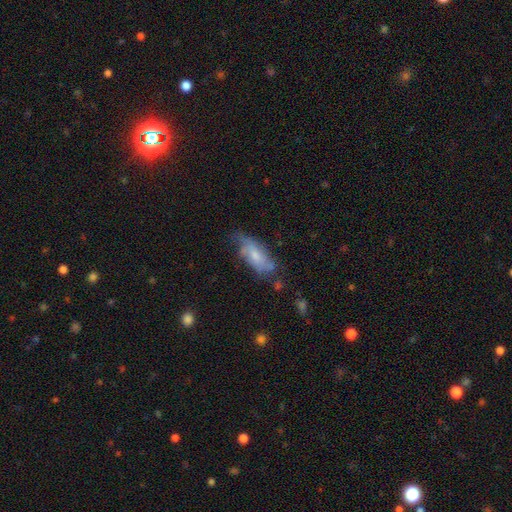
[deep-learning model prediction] Morphology: type=smooth (51%); roundness=in between (77%); merging=none (47%).